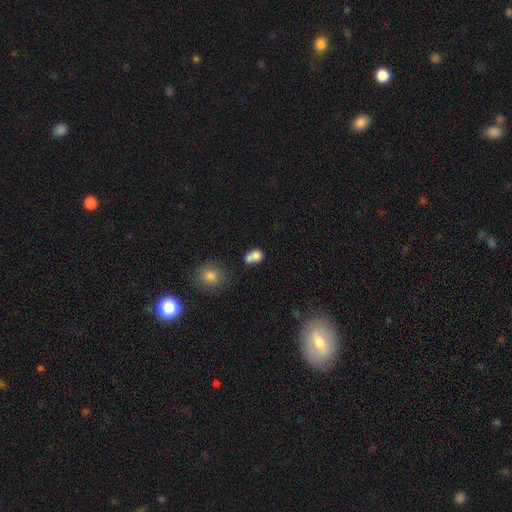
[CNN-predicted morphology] Overall: smooth (75%). How rounded: round (52%; in between 46%). Merging: merger (59%; none 26%).